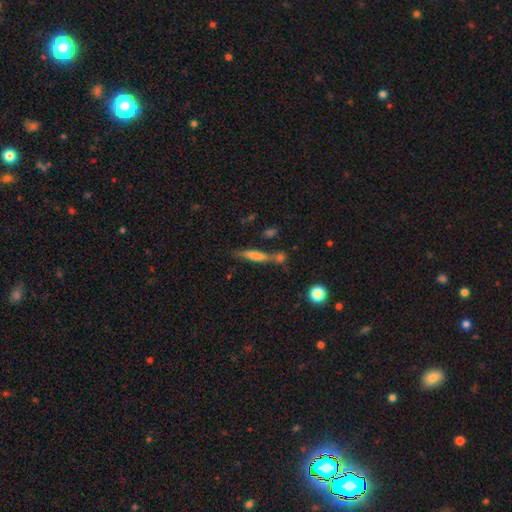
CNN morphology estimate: A smooth galaxy with no disk features (58%) that is cigar-shaped (84%). Merging: none (56%).